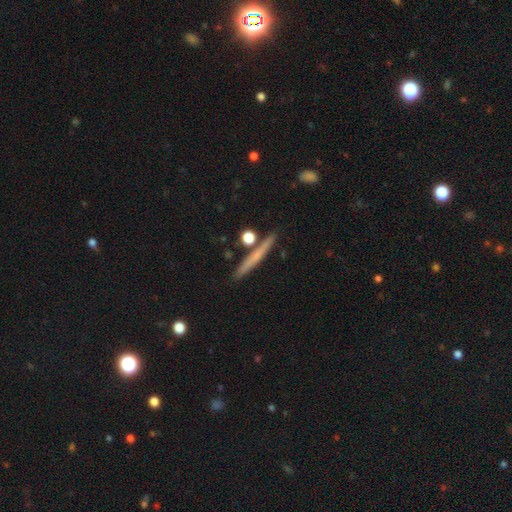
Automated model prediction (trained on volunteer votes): This appears to be a smooth galaxy with no disk features (53%) that is cigar-shaped (93%). Merging: none (84%).